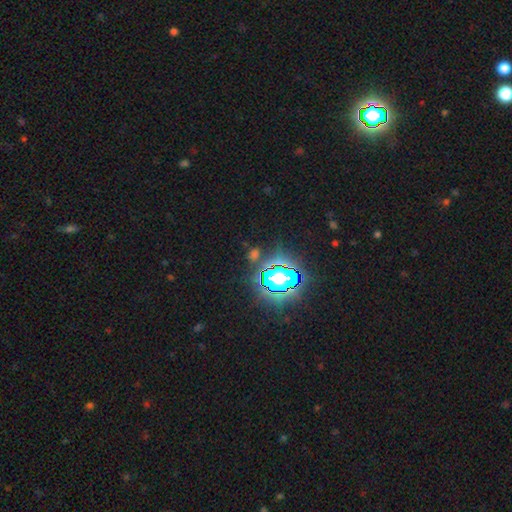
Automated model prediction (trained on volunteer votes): Smooth or featured? star or artifact (72%)